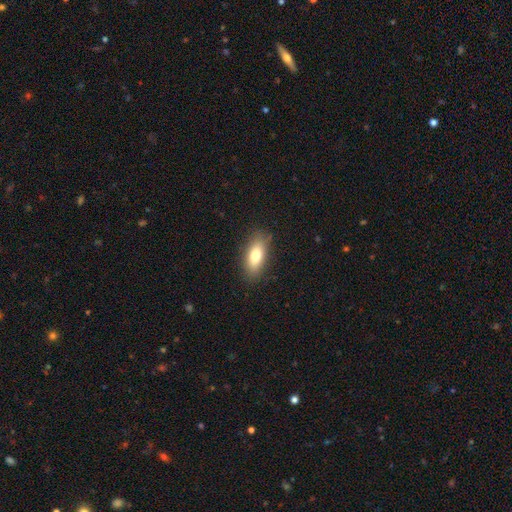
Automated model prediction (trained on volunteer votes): smooth_or_featured: smooth (p=0.78) [alt: featured or disk p=0.15]
how_rounded: in between (p=0.80) [alt: cigar-shaped p=0.17]
merging: none (p=0.84) [alt: minor disturbance p=0.12]